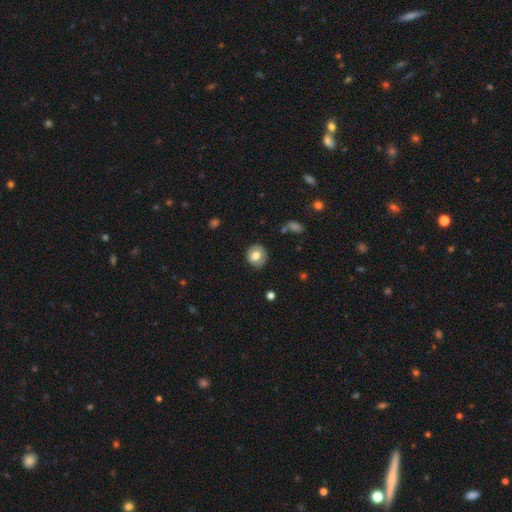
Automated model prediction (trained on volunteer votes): Smooth or featured? smooth (69%)
How rounded? round (76%)
Merging? none (84%)